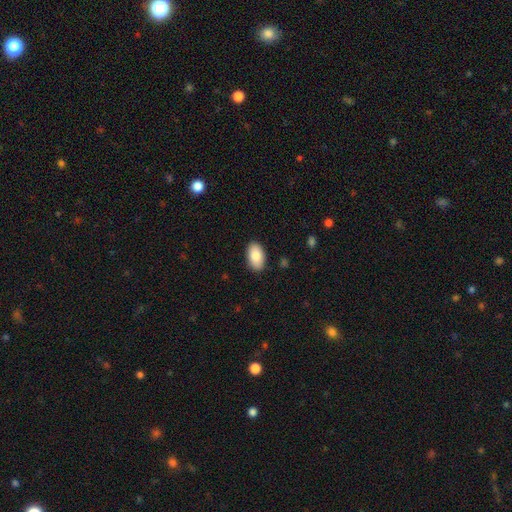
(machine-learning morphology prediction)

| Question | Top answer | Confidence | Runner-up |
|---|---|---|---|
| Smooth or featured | smooth | 85% | featured or disk (8%) |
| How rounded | in between | 95% | round (4%) |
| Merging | none | 88% | minor disturbance (9%) |